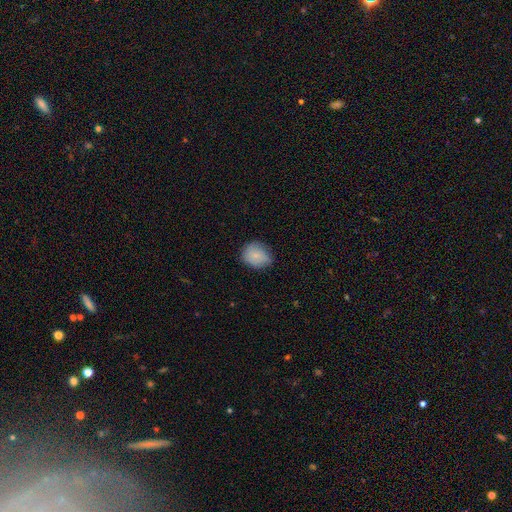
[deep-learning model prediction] Smooth or featured?
  - smooth: 80% *
  - featured or disk: 12%
  - star or artifact: 8%
How rounded?
  - round: 65% *
  - in between: 34%
  - cigar-shaped: 1%
Merging?
  - none: 66% *
  - minor disturbance: 28%
  - major disturbance: 5%
  - merger: 1%